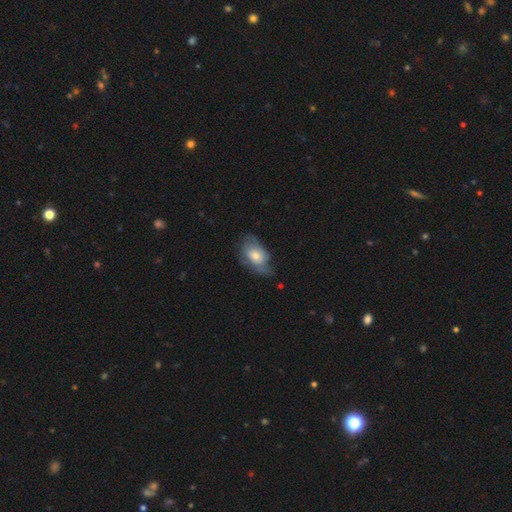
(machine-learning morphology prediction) A smooth galaxy with no disk features (50%) that is in between round and cigar-shaped (85%).

Vote fractions:
- Smooth or featured? smooth: 50% / featured or disk: 43% / star or artifact: 7%
- How rounded? in between: 85% / round: 13% / cigar-shaped: 2%
- Merging? none: 48% / minor disturbance: 33% / major disturbance: 17% / merger: 2%